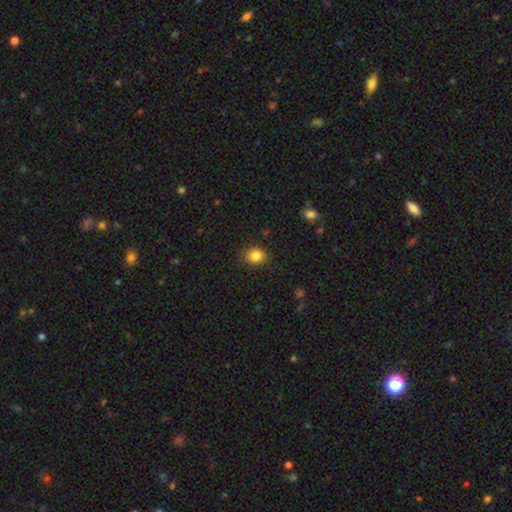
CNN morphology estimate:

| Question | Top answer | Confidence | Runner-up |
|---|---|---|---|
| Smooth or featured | smooth | 84% | star or artifact (11%) |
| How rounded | round | 61% | in between (39%) |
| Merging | none | 84% | minor disturbance (12%) |